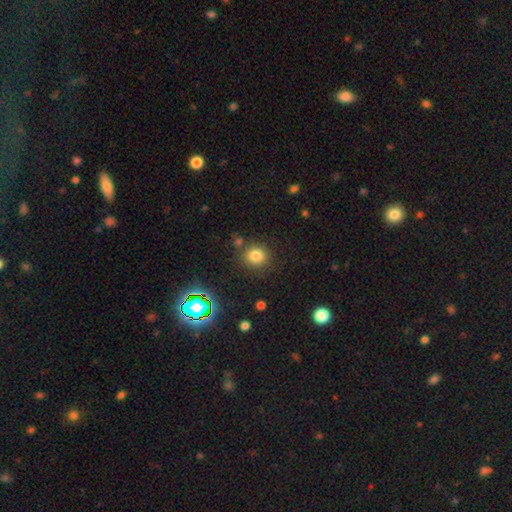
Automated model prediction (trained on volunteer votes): Smooth or featured: smooth — 78% (star or artifact — 15%)
How rounded: round — 83% (in between — 16%)
Merging: none — 80% (minor disturbance — 10%)